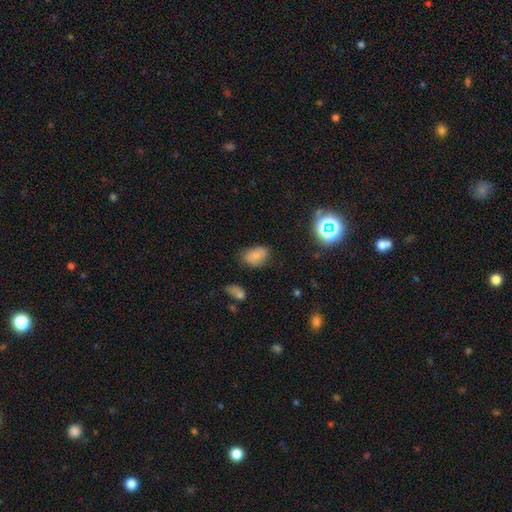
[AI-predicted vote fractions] Smooth or featured: smooth — 77% (star or artifact — 13%)
How rounded: in between — 85% (round — 13%)
Merging: none — 62% (minor disturbance — 28%)